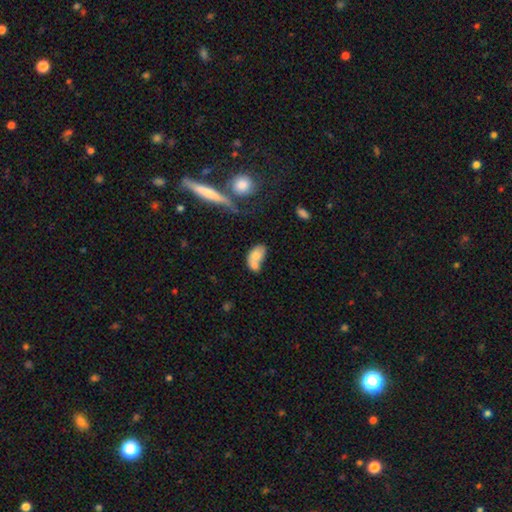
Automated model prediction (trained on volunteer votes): Smooth or featured?
  - smooth: 69% *
  - featured or disk: 23%
  - star or artifact: 8%
How rounded?
  - in between: 85% *
  - round: 12%
  - cigar-shaped: 3%
Merging?
  - merger: 62% *
  - none: 21%
  - minor disturbance: 10%
  - major disturbance: 7%